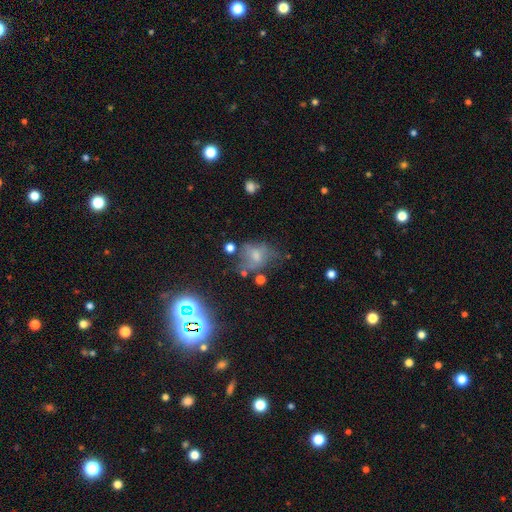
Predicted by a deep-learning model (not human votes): Smooth or featured: smooth — 50% (featured or disk — 33%)
Merging: none — 36% (major disturbance — 30%)